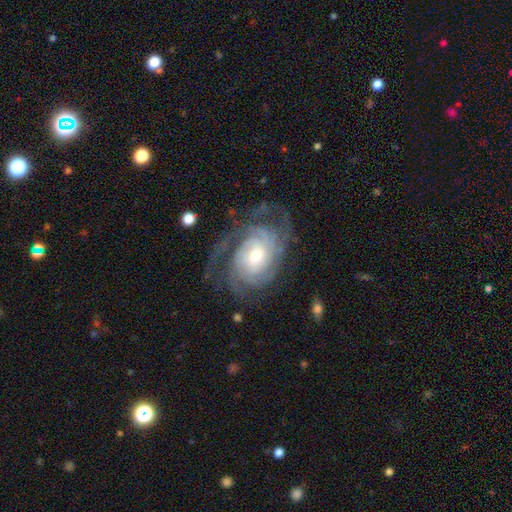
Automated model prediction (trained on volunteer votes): A featured or disk galaxy (90%) with no bar (63%), tight (67%) spiral arms (98%) and a moderate central bulge (58%).

Vote fractions:
- Smooth or featured? featured or disk: 90% / smooth: 5% / star or artifact: 5%
- Edge-on disk? no: 97% / yes: 3%
- Bar? no: 63% / weak: 30% / strong: 7%
- Spiral arms? yes: 98% / no: 2%
- Spiral winding? tight: 67% / medium: 28% / loose: 6%
- Spiral arm count? can't tell: 25% / 3: 24% / 4: 22% / 2: 14% / more than 4: 9% / 1: 7%
- Bulge size? moderate: 58% / small: 30% / large: 10% / none: 1% / dominant: 1%
- Merging? none: 69% / minor disturbance: 18% / major disturbance: 12% / merger: 1%